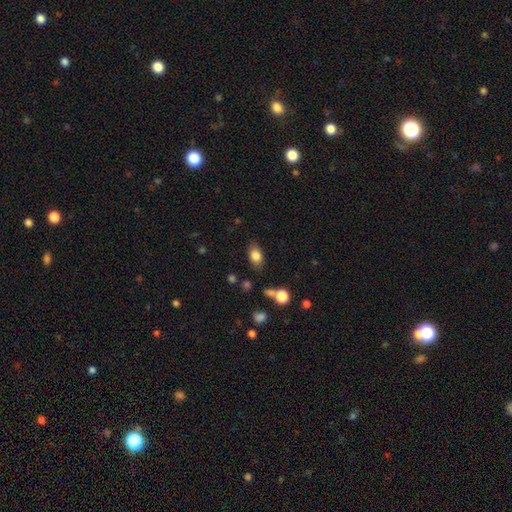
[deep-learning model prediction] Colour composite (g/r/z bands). It shows a smooth galaxy with no disk features (82%) that is in between round and cigar-shaped (84%). Merging: none (79%).